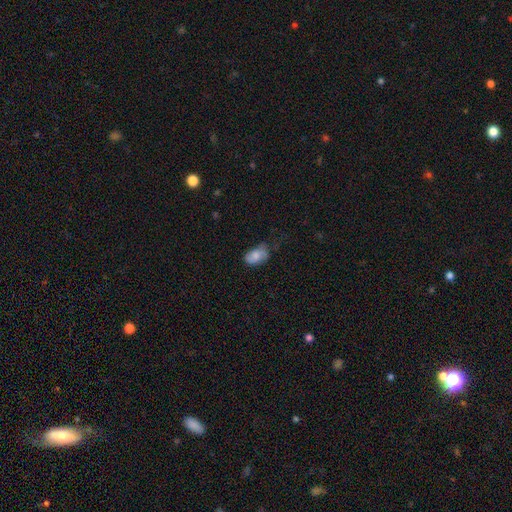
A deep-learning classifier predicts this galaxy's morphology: Smooth or featured? Predicted: smooth (p=0.77). How rounded? Predicted: in between (p=0.89). Merging? Predicted: none (p=0.43).